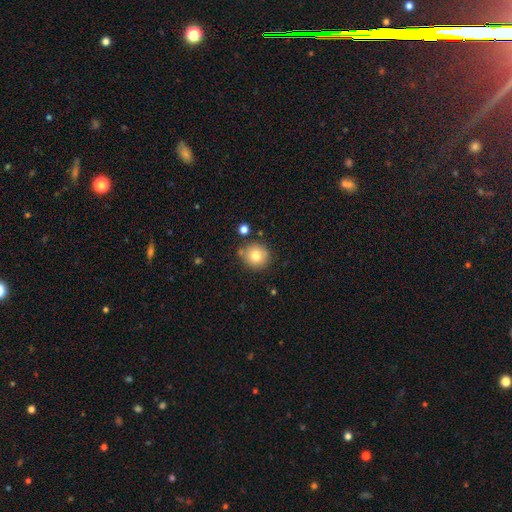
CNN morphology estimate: Overall: smooth (79%). How rounded: round (90%). Merging: none (79%).